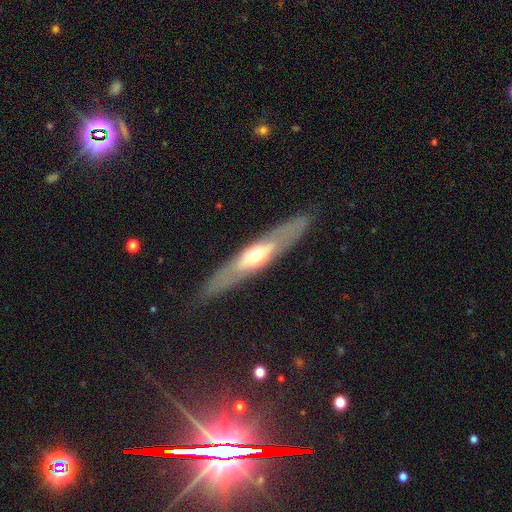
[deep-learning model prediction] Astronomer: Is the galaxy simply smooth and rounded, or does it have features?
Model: featured or disk — 62%.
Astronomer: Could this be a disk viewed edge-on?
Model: yes — 69%.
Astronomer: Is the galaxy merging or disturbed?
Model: none — 86%.